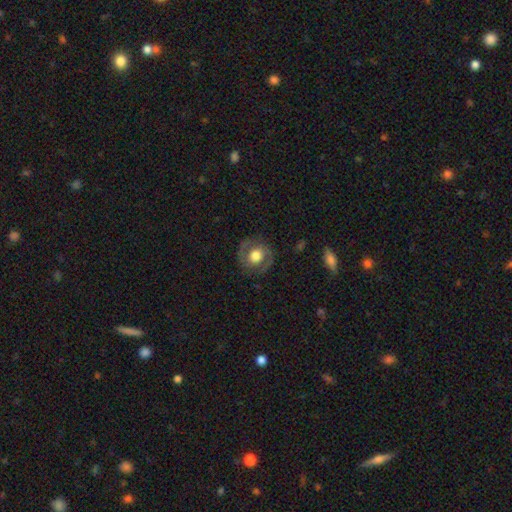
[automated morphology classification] This is possibly a featured or disk galaxy (48%). Merging: clearly none (81%).